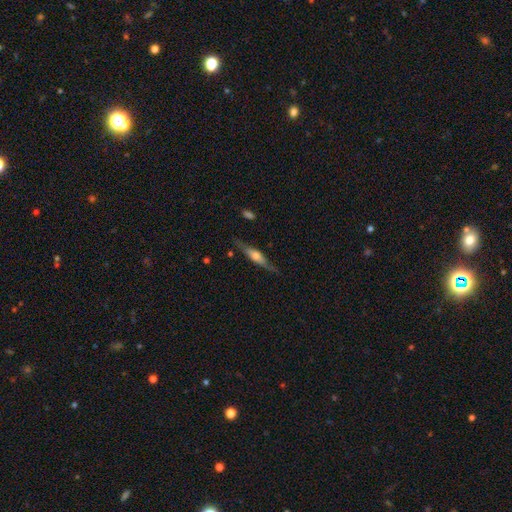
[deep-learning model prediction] Morphology: type=featured or disk (63%); edge-on=yes (93%); edge-on bulge=rounded (77%); merging=none (79%).